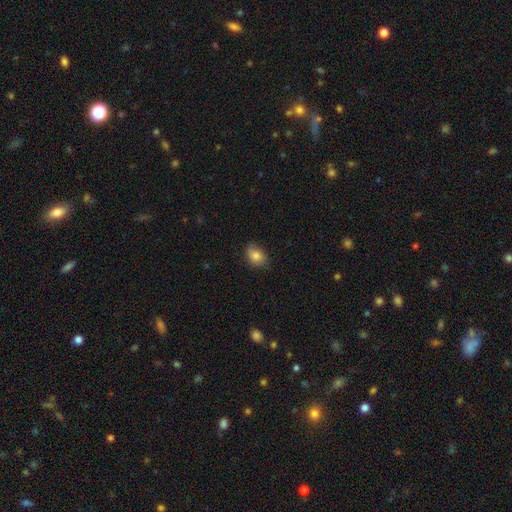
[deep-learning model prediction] Smooth or featured: smooth — 82% (featured or disk — 9%)
How rounded: in between — 69% (round — 29%)
Merging: none — 74% (minor disturbance — 21%)